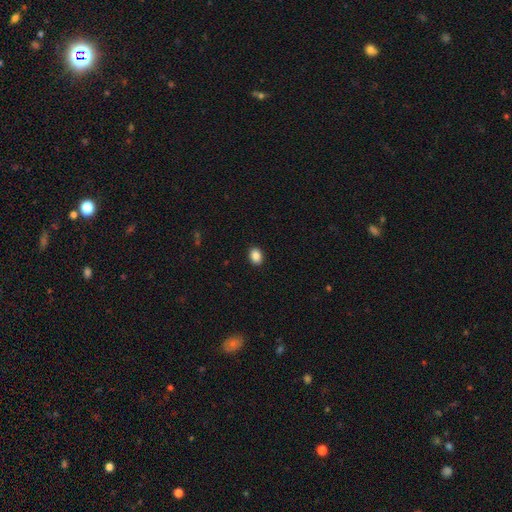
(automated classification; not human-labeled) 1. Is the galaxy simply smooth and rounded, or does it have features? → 89% smooth, 9% star or artifact, 3% featured or disk.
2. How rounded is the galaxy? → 67% in between, 32% round, 1% cigar-shaped.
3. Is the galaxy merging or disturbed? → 91% none, 6% minor disturbance, 2% major disturbance, 1% merger.